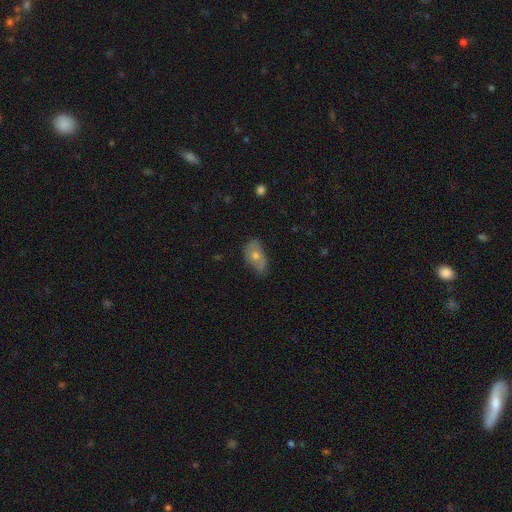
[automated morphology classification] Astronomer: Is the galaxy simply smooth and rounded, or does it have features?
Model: smooth — 46% (runner-up: featured or disk, 44%).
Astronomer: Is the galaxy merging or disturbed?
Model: none — 65%.